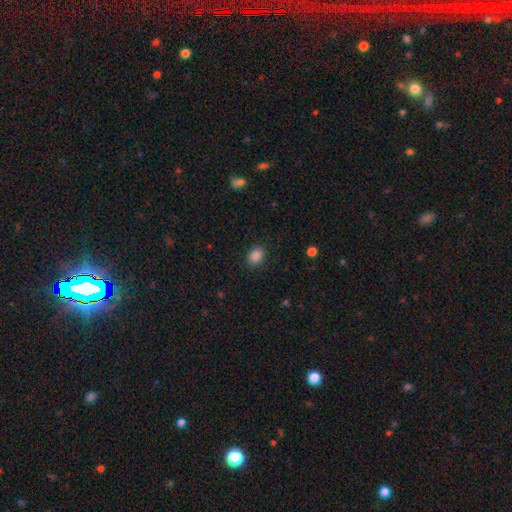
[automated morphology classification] This appears to be a smooth galaxy with no disk features (87%) that is in between round and cigar-shaped (63%). Merging: none (88%).